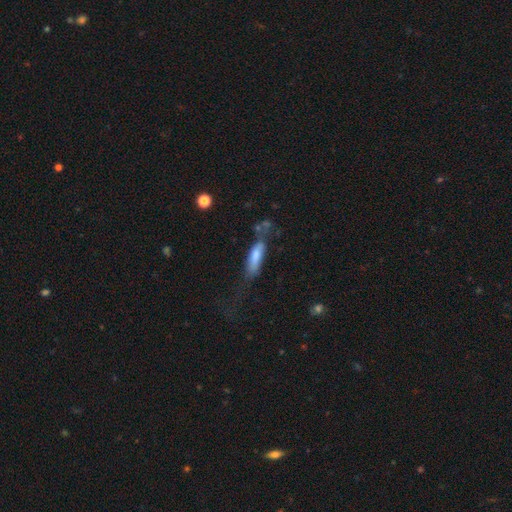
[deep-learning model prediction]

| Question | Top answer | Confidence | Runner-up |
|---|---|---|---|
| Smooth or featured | smooth | 72% | featured or disk (21%) |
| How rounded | cigar-shaped | 55% | in between (43%) |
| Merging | none | 41% | minor disturbance (28%) |